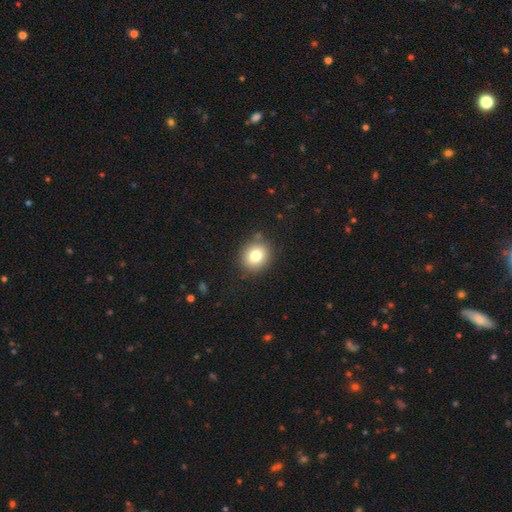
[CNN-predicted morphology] Q: Smooth or featured?
A: smooth (79%); runner-up: star or artifact (11%)
Q: How rounded?
A: round (82%); runner-up: in between (17%)
Q: Merging?
A: none (87%); runner-up: minor disturbance (8%)